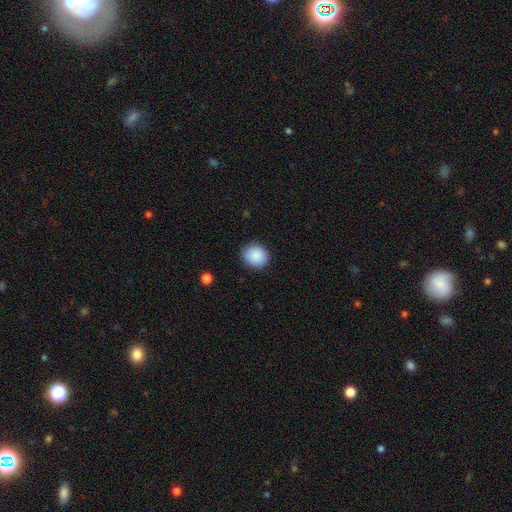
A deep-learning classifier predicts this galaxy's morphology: A smooth galaxy with no disk features (89%) that is round (77%).

Vote fractions:
- Smooth or featured? smooth: 89% / star or artifact: 7% / featured or disk: 3%
- How rounded? round: 77% / in between: 22% / cigar-shaped: 1%
- Merging? none: 88% / minor disturbance: 9% / major disturbance: 2% / merger: 1%